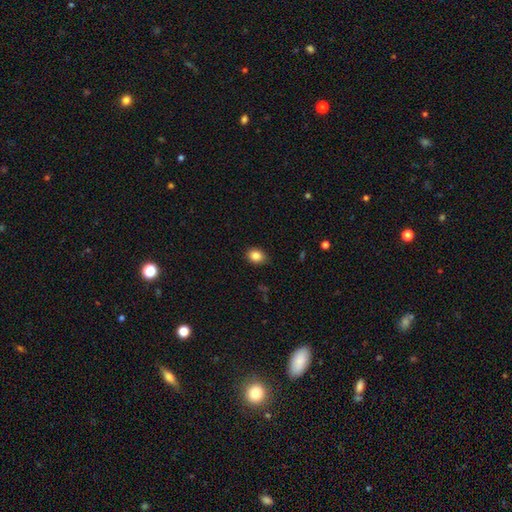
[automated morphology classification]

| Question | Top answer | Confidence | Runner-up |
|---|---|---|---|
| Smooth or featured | smooth | 85% | star or artifact (9%) |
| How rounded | in between | 56% | round (43%) |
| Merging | none | 85% | minor disturbance (12%) |